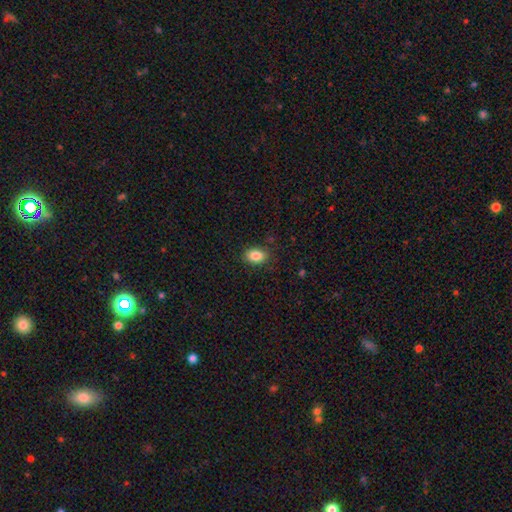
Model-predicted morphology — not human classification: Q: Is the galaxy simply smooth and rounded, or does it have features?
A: smooth — 86%.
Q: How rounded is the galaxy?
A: in between — 80%.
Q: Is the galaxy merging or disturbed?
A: none — 86%.